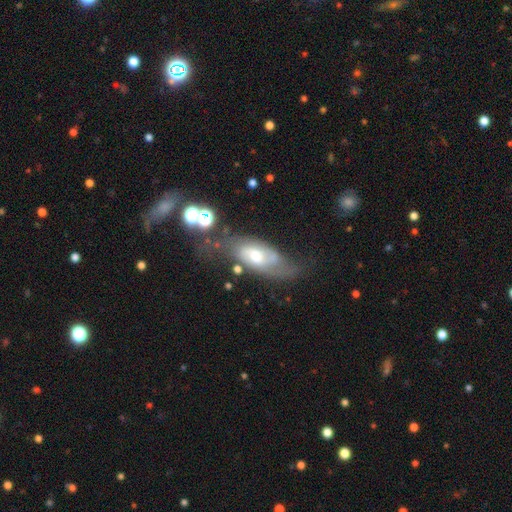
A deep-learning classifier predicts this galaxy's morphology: type=featured or disk (68%); edge-on=no (87%); bar=no (54%); spiral arms=yes (85%); winding=medium (45%); arm count=2 (62%); bulge=moderate (61%); merging=none (49%).